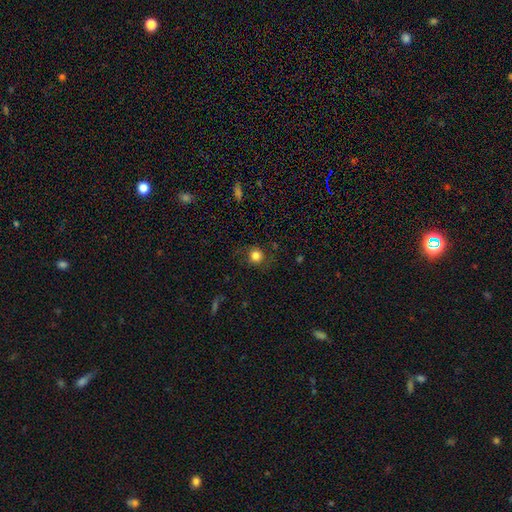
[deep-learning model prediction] Overall: smooth (81%). How rounded: round (90%). Merging: none (80%).